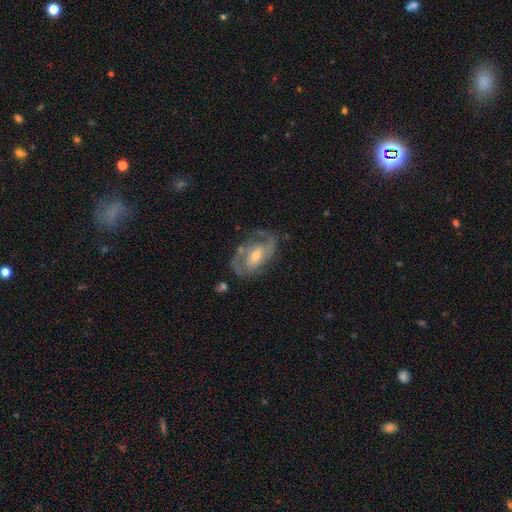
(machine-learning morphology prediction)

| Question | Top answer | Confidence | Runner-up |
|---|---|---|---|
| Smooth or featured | featured or disk | 83% | smooth (11%) |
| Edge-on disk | no | 96% | yes (4%) |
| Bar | weak | 41% | no (36%) |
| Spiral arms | yes | 90% | no (10%) |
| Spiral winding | medium | 48% | tight (35%) |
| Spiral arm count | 2 | 74% | can't tell (13%) |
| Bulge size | moderate | 48% | small (47%) |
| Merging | none | 66% | minor disturbance (19%) |